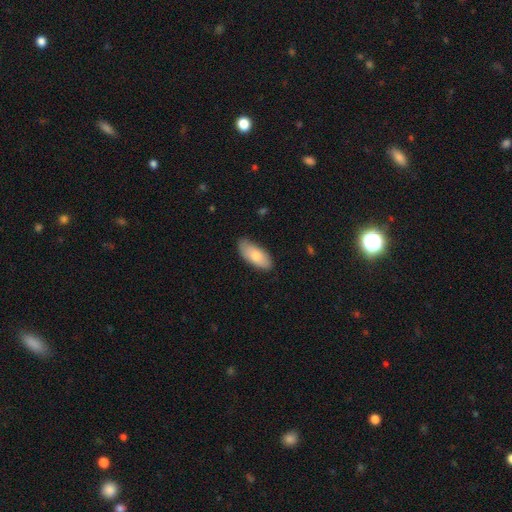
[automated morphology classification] Smooth or featured? smooth (79%)
How rounded? in between (88%)
Merging? none (81%)